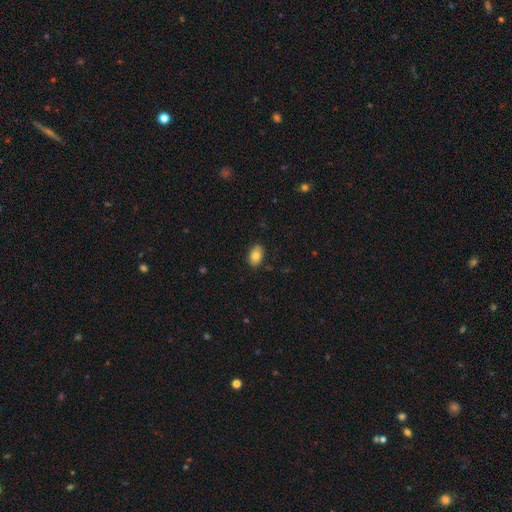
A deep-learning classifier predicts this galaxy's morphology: smooth_or_featured: smooth (p=0.81) [alt: featured or disk p=0.11]
how_rounded: in between (p=0.87) [alt: round p=0.12]
merging: none (p=0.87) [alt: minor disturbance p=0.10]